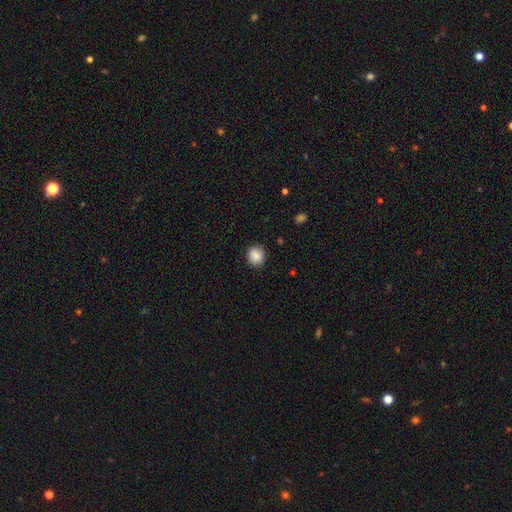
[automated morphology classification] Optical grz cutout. It shows a smooth galaxy with no disk features (86%) that is round (78%). Merging: none (85%).